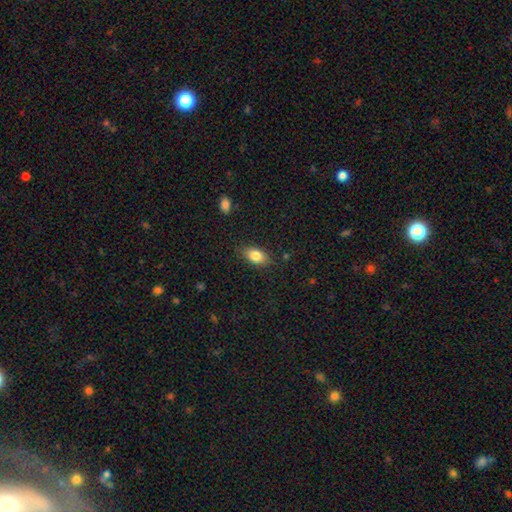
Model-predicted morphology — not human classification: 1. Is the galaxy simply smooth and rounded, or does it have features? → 83% smooth, 9% featured or disk, 8% star or artifact.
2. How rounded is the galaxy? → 88% in between, 8% round, 4% cigar-shaped.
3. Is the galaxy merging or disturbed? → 83% none, 13% minor disturbance, 3% major disturbance, 1% merger.